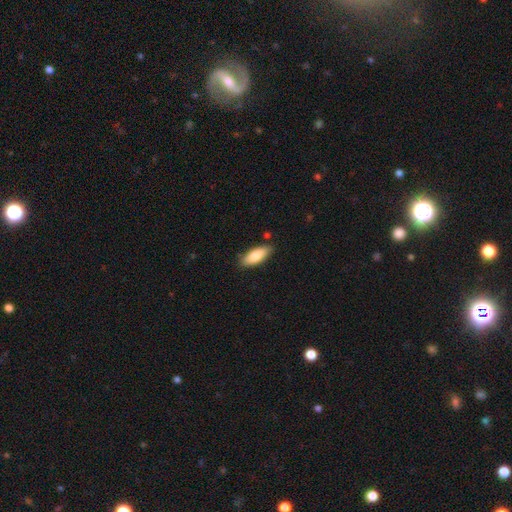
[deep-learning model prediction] Smooth or featured?
  - smooth: 81% *
  - featured or disk: 13%
  - star or artifact: 6%
How rounded?
  - in between: 78% *
  - cigar-shaped: 20%
  - round: 2%
Merging?
  - none: 84% *
  - minor disturbance: 12%
  - major disturbance: 2%
  - merger: 2%